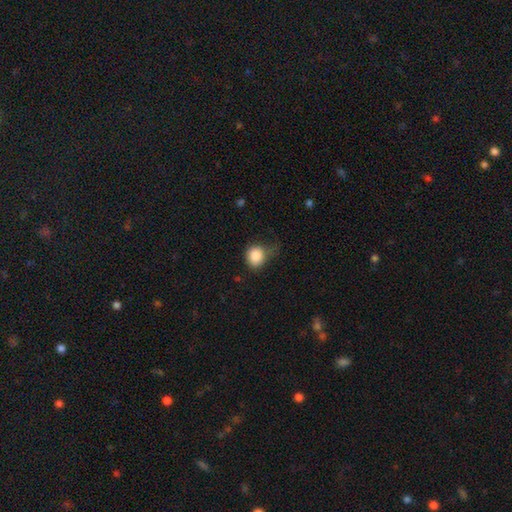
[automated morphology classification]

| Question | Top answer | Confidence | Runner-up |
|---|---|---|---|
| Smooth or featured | smooth | 86% | star or artifact (9%) |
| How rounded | round | 75% | in between (24%) |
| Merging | none | 44% | minor disturbance (36%) |